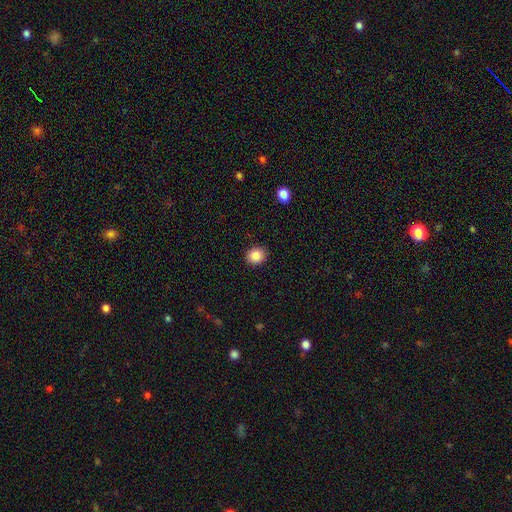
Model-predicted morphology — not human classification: smooth_or_featured: smooth (p=0.87) [alt: star or artifact p=0.09]
how_rounded: round (p=0.73) [alt: in between p=0.26]
merging: none (p=0.90) [alt: minor disturbance p=0.07]